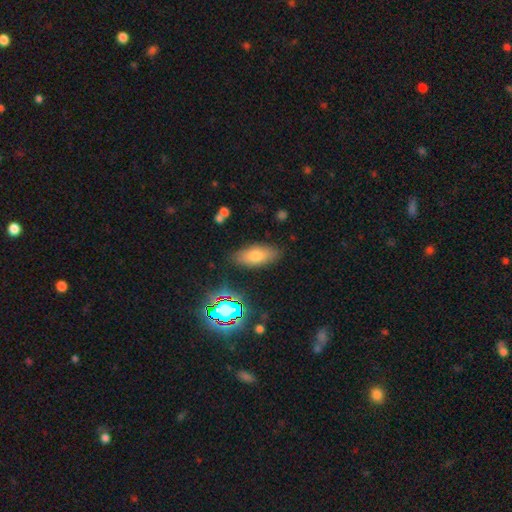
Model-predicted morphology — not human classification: Smooth or featured?
  - smooth: 67% *
  - featured or disk: 17%
  - star or artifact: 15%
How rounded?
  - in between: 81% *
  - cigar-shaped: 14%
  - round: 5%
Merging?
  - none: 84% *
  - minor disturbance: 11%
  - major disturbance: 3%
  - merger: 2%